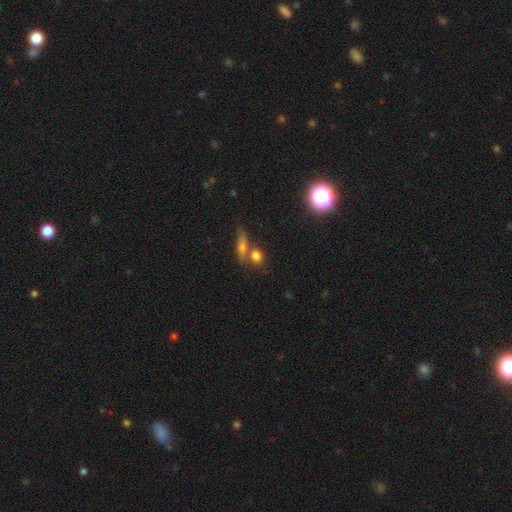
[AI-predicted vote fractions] smooth 77%, star or artifact 12%, featured or disk 11%. Down the decision tree: how rounded — round (54%); merging — none (52%).